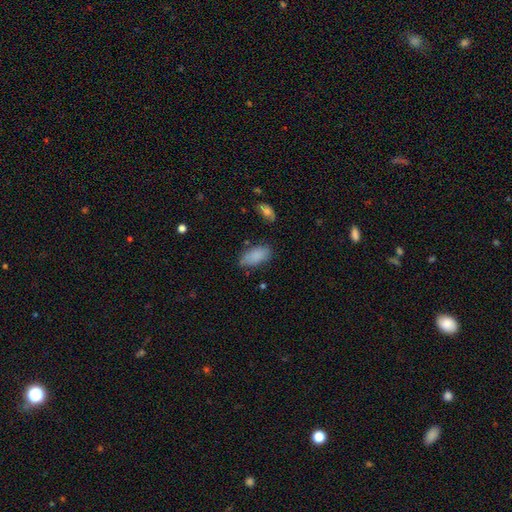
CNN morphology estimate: This is clearly a smooth galaxy (87%). How rounded: clearly in between (92%). Merging: likely none (74%).